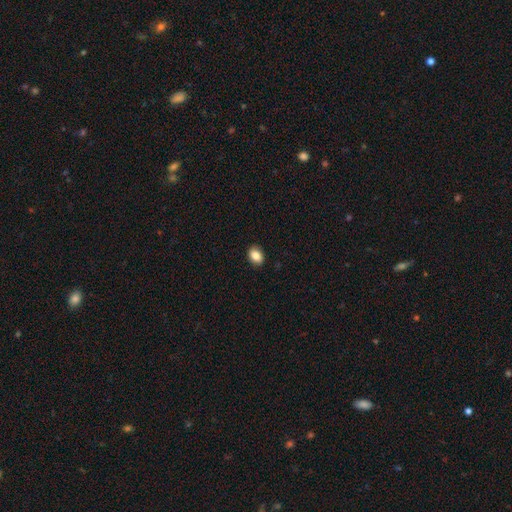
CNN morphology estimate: Smooth or featured: smooth — 86% (star or artifact — 9%)
How rounded: in between — 71% (round — 28%)
Merging: none — 90% (minor disturbance — 8%)